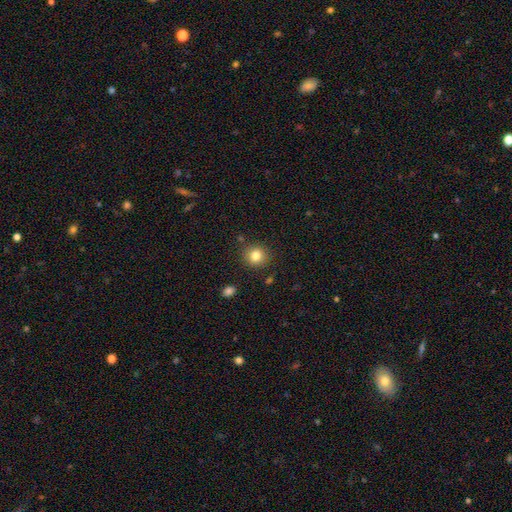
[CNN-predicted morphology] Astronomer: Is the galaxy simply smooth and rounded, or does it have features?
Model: smooth — 82%.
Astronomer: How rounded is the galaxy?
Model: round — 89%.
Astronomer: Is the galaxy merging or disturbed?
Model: none — 87%.